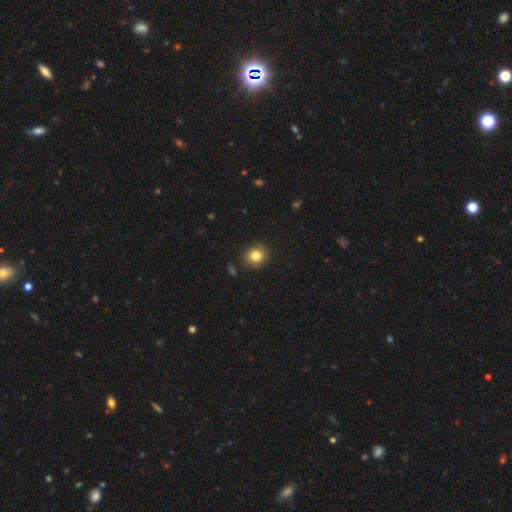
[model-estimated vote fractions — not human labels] This is clearly a smooth galaxy (83%). How rounded: likely round (79%). Merging: clearly none (88%).